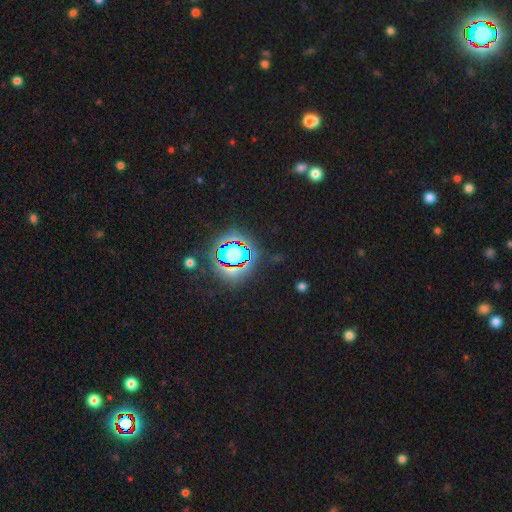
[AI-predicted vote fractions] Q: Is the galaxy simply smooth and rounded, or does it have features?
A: star or artifact — 76%.